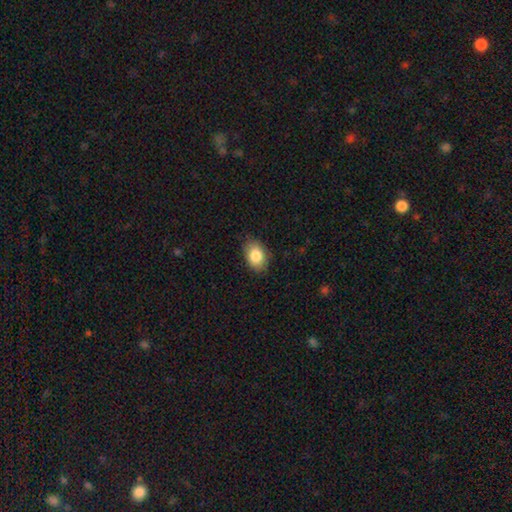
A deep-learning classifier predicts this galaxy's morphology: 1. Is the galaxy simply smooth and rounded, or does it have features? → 84% smooth, 8% star or artifact, 8% featured or disk.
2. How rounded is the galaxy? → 80% in between, 19% round, 1% cigar-shaped.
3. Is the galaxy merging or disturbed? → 83% none, 13% minor disturbance, 3% major disturbance, 1% merger.